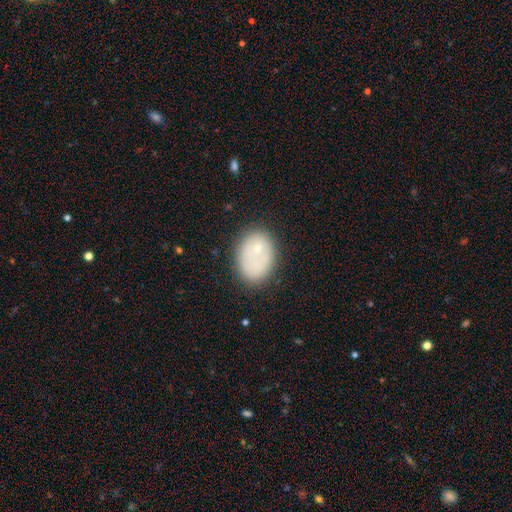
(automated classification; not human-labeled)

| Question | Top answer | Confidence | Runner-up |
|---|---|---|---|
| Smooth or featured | smooth | 66% | featured or disk (25%) |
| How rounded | in between | 80% | round (19%) |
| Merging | none | 63% | minor disturbance (22%) |